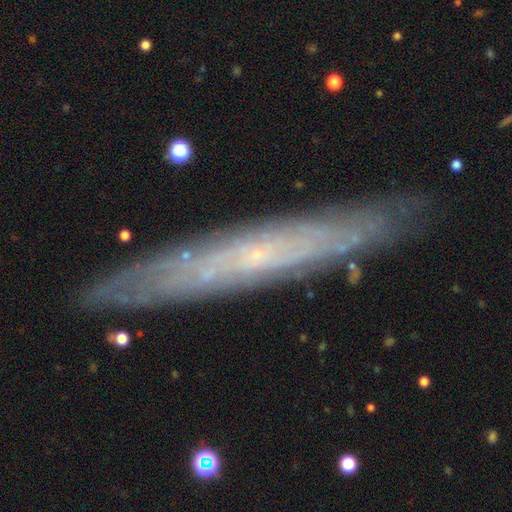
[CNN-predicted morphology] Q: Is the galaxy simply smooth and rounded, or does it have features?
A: featured or disk — 72%.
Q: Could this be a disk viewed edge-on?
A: yes — 70%.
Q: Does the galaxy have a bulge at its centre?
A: none — 68%.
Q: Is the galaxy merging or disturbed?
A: none — 87%.